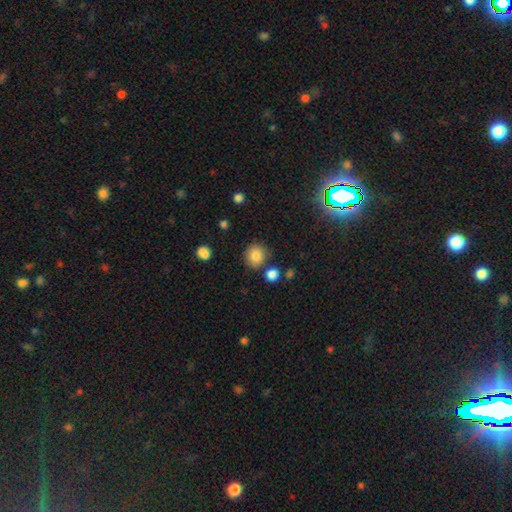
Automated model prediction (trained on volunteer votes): smooth-or-featured: smooth: 84% | star or artifact: 11% | featured or disk: 5%
  how-rounded: round: 83% | in between: 16% | cigar-shaped: 1%
  merging: none: 77% | minor disturbance: 12% | merger: 8% | major disturbance: 4%